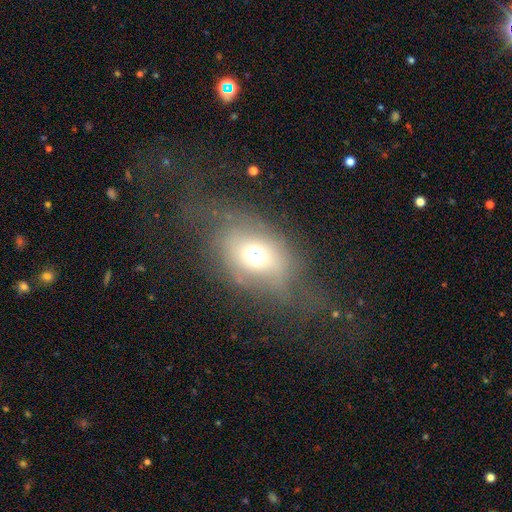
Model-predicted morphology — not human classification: This is possibly a smooth galaxy (55%). How rounded: likely in between (65%). Merging: marginally none (39%).